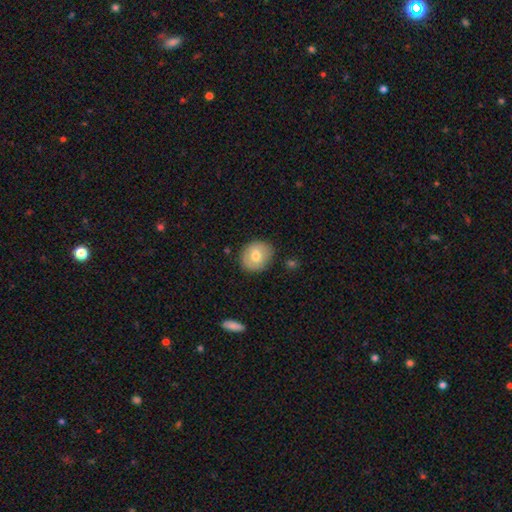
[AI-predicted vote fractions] This is likely a smooth galaxy (70%). How rounded: likely round (73%). Merging: clearly none (85%).